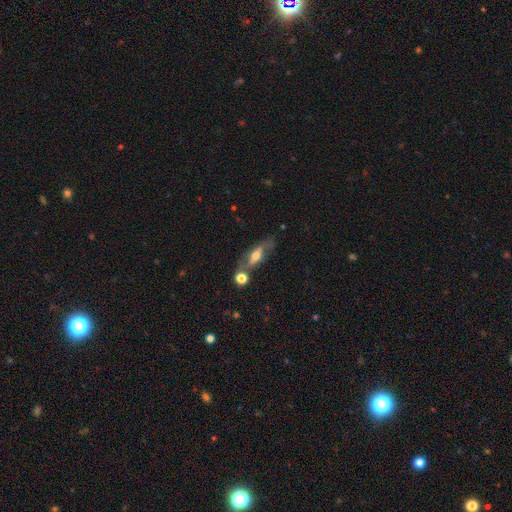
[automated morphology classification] Smooth or featured? Predicted: featured or disk (p=0.52). Edge-on disk? Predicted: no (p=0.58). Merging? Predicted: none (p=0.54).